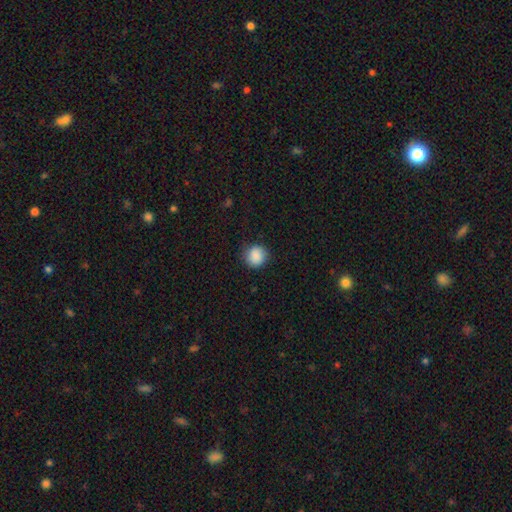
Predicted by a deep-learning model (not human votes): This is clearly a smooth galaxy (88%). How rounded: clearly round (89%). Merging: clearly none (85%).